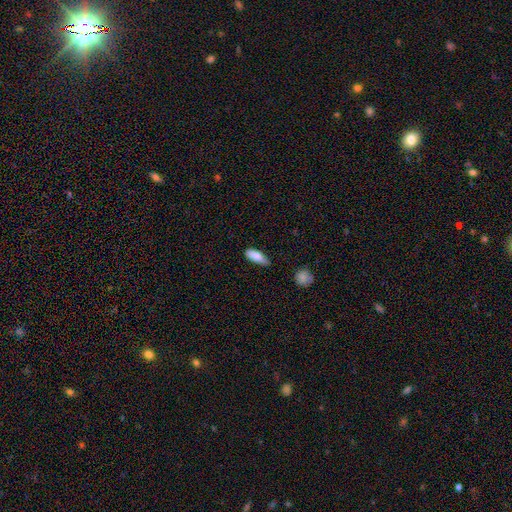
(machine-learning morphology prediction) type=smooth (85%); roundness=in between (71%); merging=none (59%).